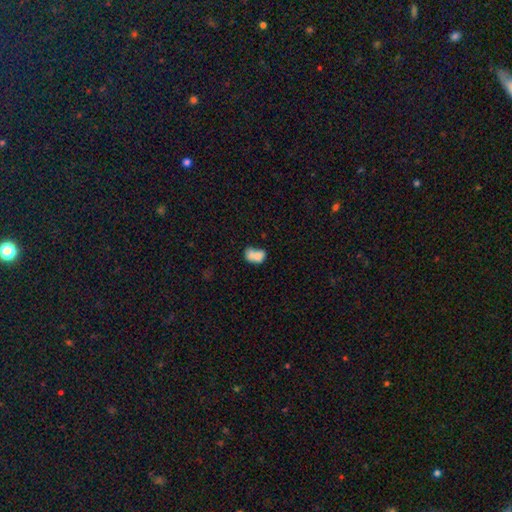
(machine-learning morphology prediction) Smooth or featured: smooth — 75% (featured or disk — 15%)
How rounded: in between — 74% (round — 25%)
Merging: merger — 46% (none — 25%)